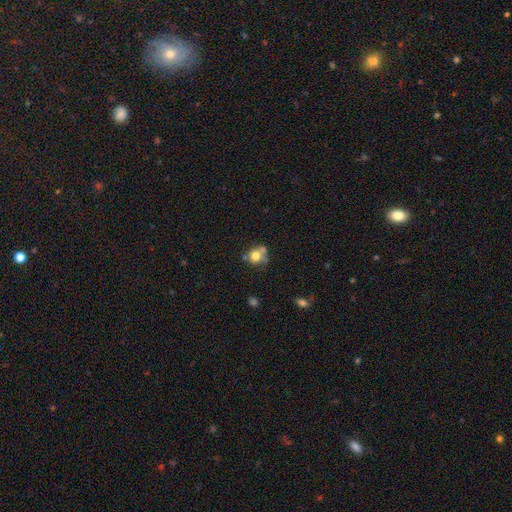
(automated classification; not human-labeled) A smooth galaxy with no disk features (72%) that is round (79%). Merging: none (46%).